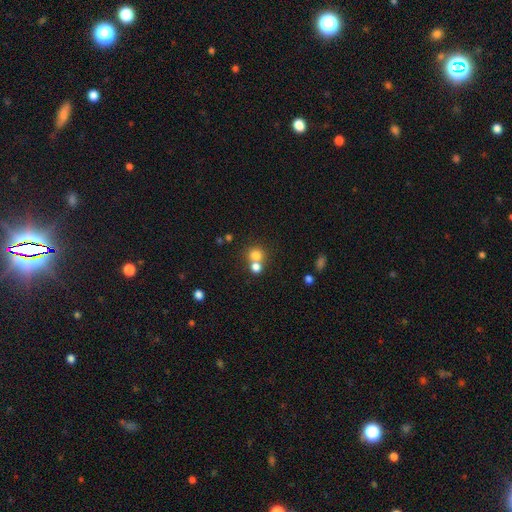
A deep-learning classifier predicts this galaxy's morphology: Smooth or featured? smooth (76%)
How rounded? round (85%)
Merging? none (46%)